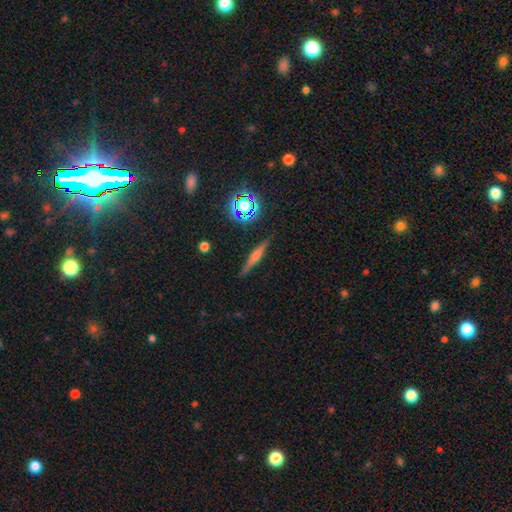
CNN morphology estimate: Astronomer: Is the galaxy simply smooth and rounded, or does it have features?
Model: featured or disk — 50% (runner-up: smooth, 35%).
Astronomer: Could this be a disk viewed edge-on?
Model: yes — 95%.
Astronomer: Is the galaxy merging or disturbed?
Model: none — 87%.